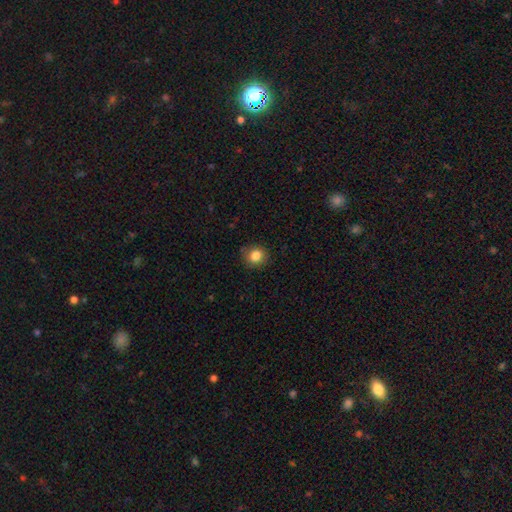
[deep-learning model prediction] Morphology: type=smooth (84%); roundness=round (79%); merging=none (85%).